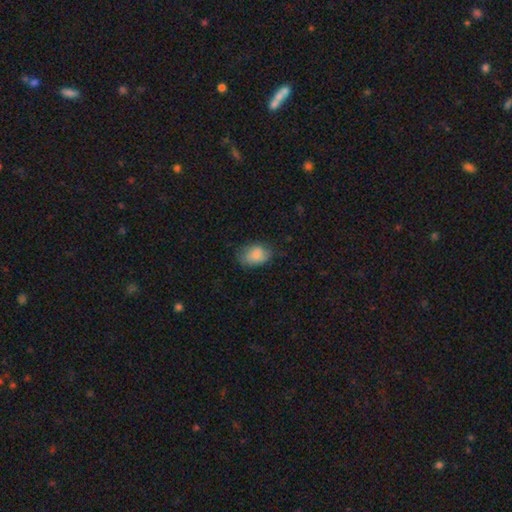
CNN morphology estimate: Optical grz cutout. It shows a smooth galaxy with no disk features (83%) that is in between round and cigar-shaped (83%). Merging: none (62%).